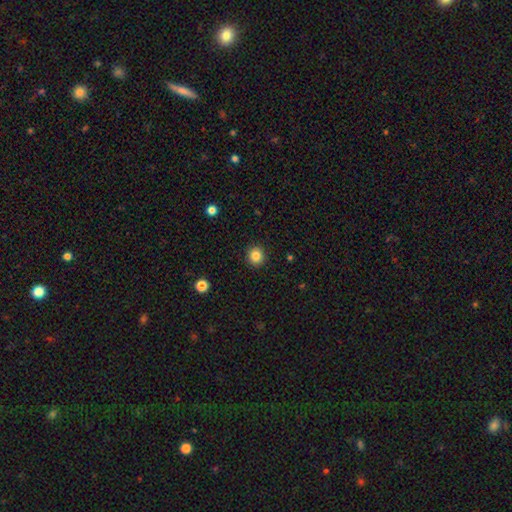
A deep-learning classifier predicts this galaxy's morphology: Smooth or featured: smooth — 84% (star or artifact — 11%)
How rounded: round — 91% (in between — 8%)
Merging: none — 92% (minor disturbance — 6%)